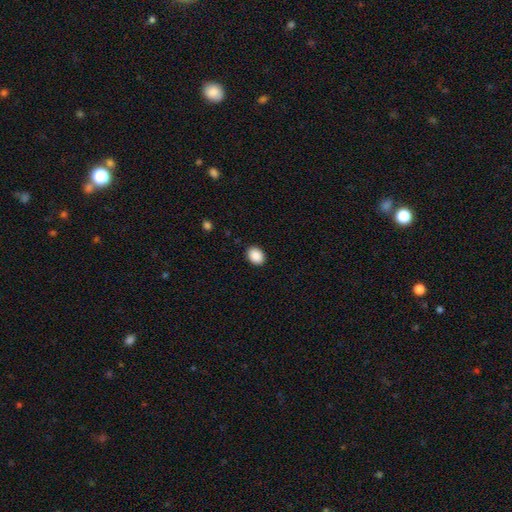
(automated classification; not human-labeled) Smooth or featured? Predicted: smooth (p=0.90). How rounded? Predicted: in between (p=0.66). Merging? Predicted: none (p=0.90).